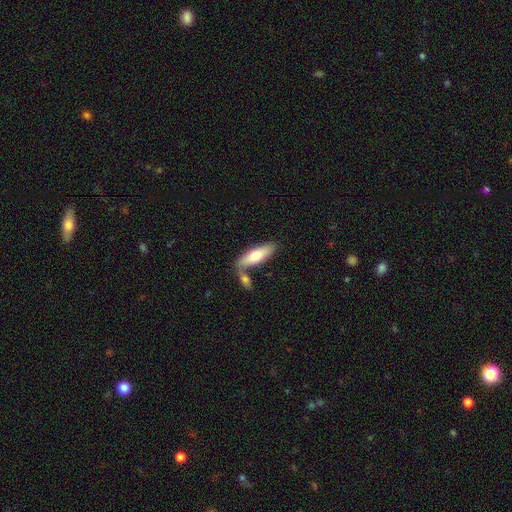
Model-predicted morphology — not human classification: A smooth galaxy with no disk features (70%) that is in between round and cigar-shaped (57%).

Vote fractions:
- Smooth or featured? smooth: 70% / featured or disk: 25% / star or artifact: 5%
- How rounded? in between: 57% / cigar-shaped: 41% / round: 2%
- Merging? none: 55% / merger: 29% / minor disturbance: 12% / major disturbance: 3%